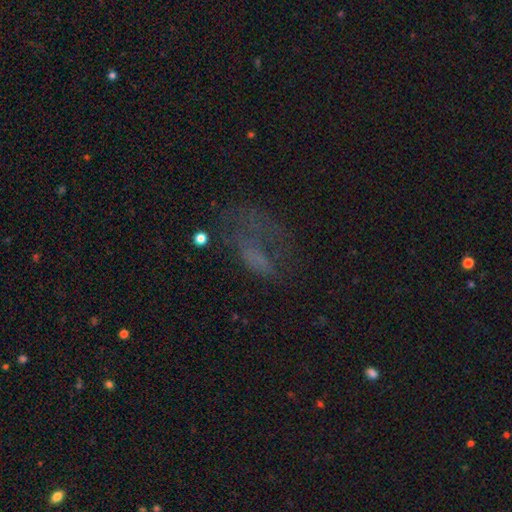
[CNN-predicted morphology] A smooth galaxy with no disk features (40%).

Vote fractions:
- Smooth or featured? smooth: 40% / featured or disk: 34% / star or artifact: 27%
- Merging? major disturbance: 45% / none: 33% / minor disturbance: 18% / merger: 4%